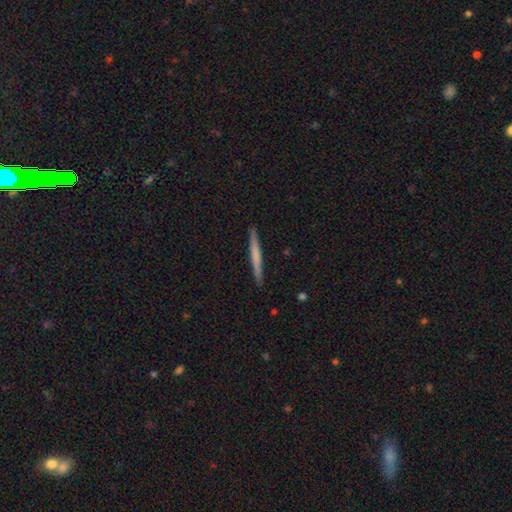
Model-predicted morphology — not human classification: Smooth or featured? Predicted: smooth (p=0.57). How rounded? Predicted: cigar-shaped (p=0.97). Merging? Predicted: none (p=0.92).